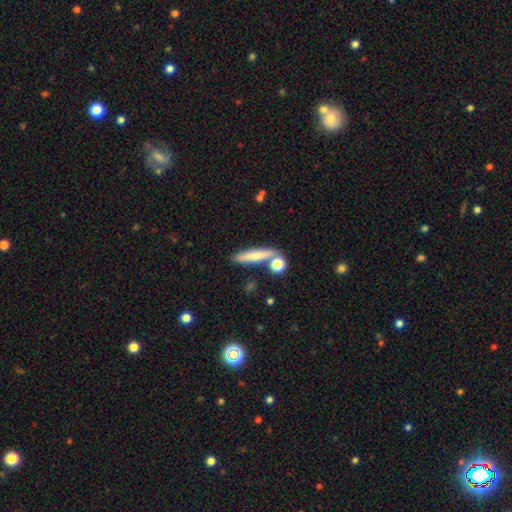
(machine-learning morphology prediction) Overall: smooth (71%). How rounded: cigar-shaped (79%). Merging: none (70%).